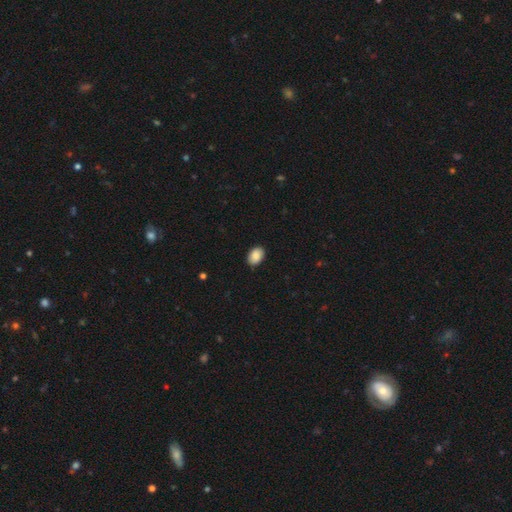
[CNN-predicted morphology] Overall: smooth (87%). How rounded: in between (84%). Merging: none (87%).